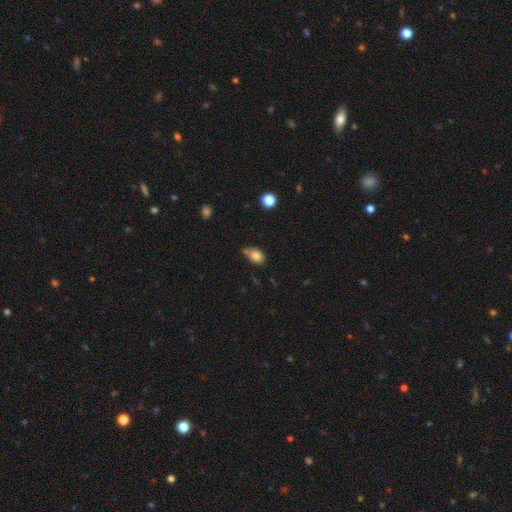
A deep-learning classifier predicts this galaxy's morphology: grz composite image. It shows a smooth galaxy with no disk features (81%) that is in between round and cigar-shaped (73%). Merging: none (47%).